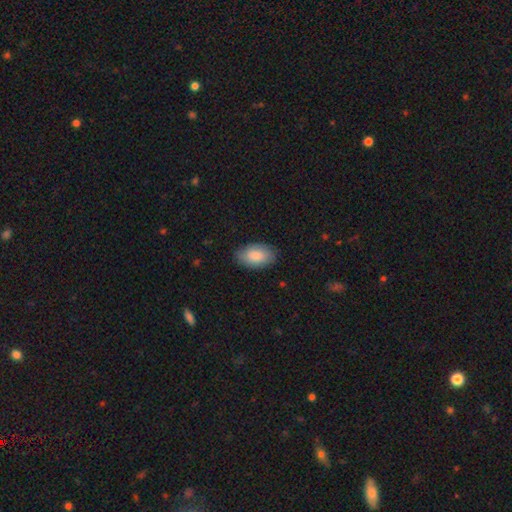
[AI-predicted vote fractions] smooth_or_featured: smooth (p=0.84) [alt: featured or disk p=0.10]
how_rounded: in between (p=0.94) [alt: round p=0.05]
merging: none (p=0.83) [alt: minor disturbance p=0.13]